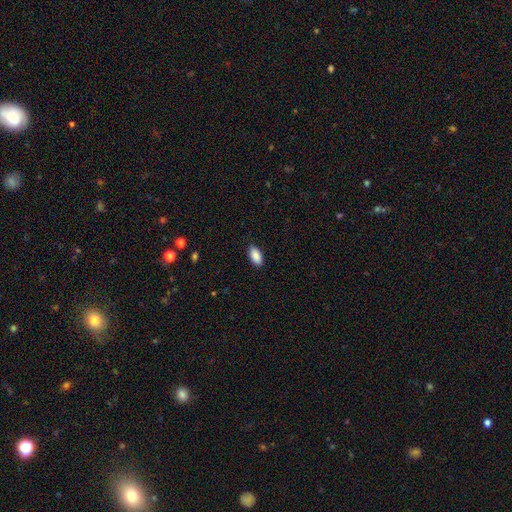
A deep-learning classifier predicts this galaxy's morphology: This appears to be a smooth galaxy with no disk features (90%) that is in between round and cigar-shaped (92%). Merging: none (89%).